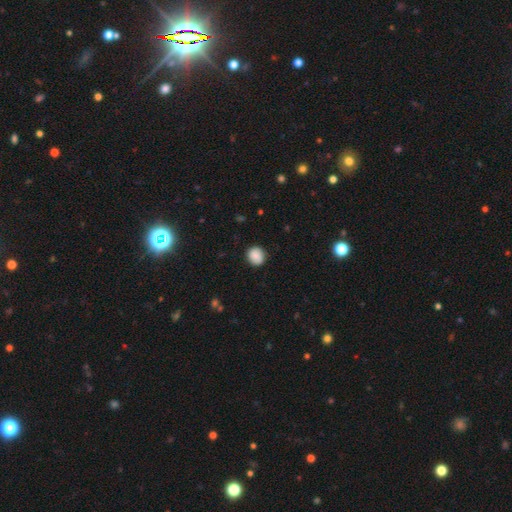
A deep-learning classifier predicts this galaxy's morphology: type=smooth (85%); roundness=round (83%); merging=none (85%).